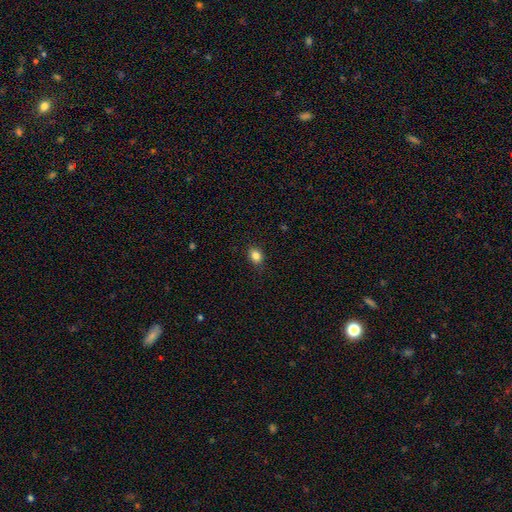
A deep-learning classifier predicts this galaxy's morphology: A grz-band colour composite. It shows a smooth galaxy with no disk features (84%) that is in between round and cigar-shaped (50%). Merging: none (86%).